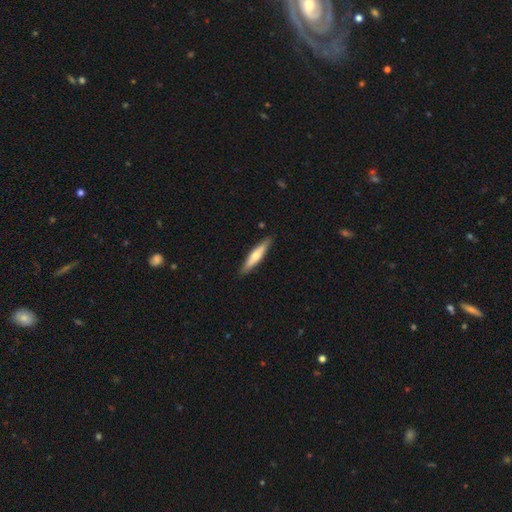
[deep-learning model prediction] smooth_or_featured: smooth (p=0.54) [alt: featured or disk p=0.41]
how_rounded: cigar-shaped (p=0.85) [alt: in between p=0.13]
merging: none (p=0.89) [alt: minor disturbance p=0.09]